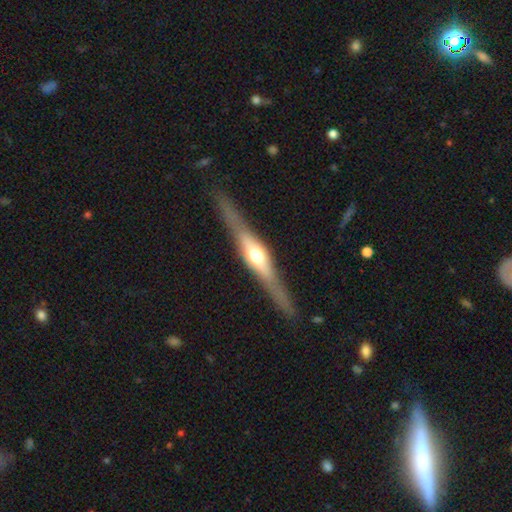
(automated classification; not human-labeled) featured or disk 74%, smooth 20%, star or artifact 5%. Down the decision tree: edge-on disk — yes (96%); edge-on bulge — rounded (90%); merging — none (84%).